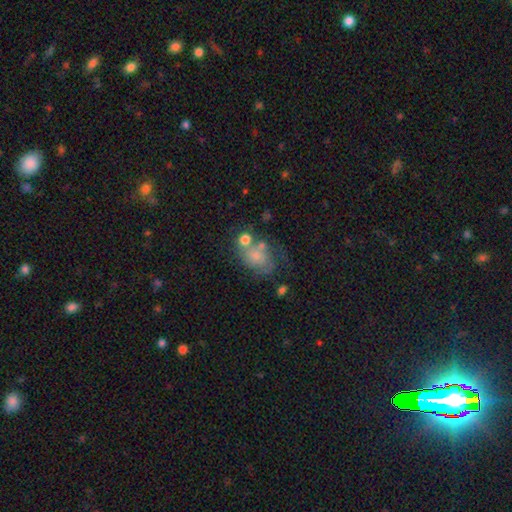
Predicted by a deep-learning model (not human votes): smooth-or-featured: smooth: 46% | featured or disk: 37% | star or artifact: 17%
  merging: none: 40% | minor disturbance: 22% | major disturbance: 21% | merger: 17%